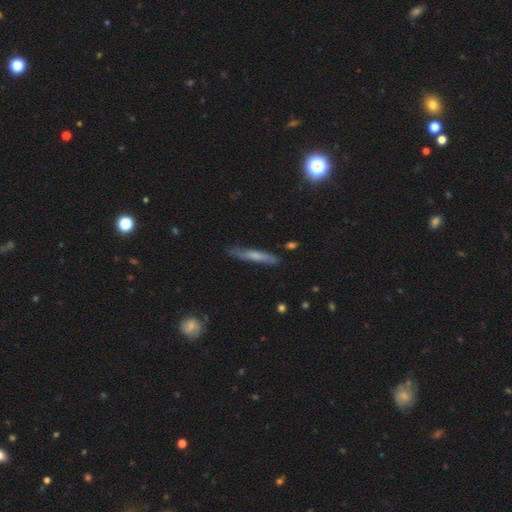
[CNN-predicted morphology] A smooth galaxy with no disk features (50%).

Vote fractions:
- Smooth or featured? smooth: 50% / featured or disk: 43% / star or artifact: 7%
- Merging? none: 79% / minor disturbance: 16% / major disturbance: 3% / merger: 2%